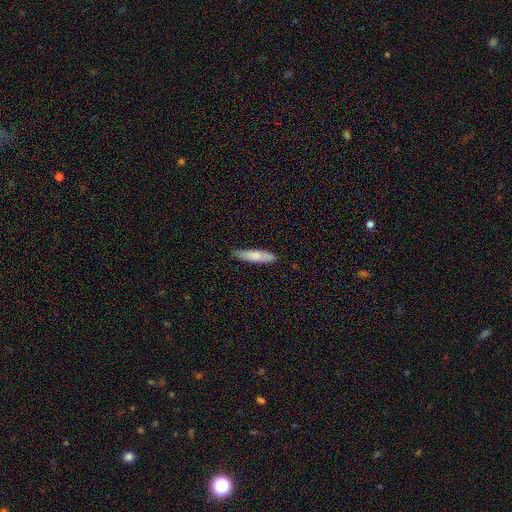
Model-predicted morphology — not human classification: A smooth galaxy with no disk features (78%) that is cigar-shaped (73%).

Vote fractions:
- Smooth or featured? smooth: 78% / featured or disk: 16% / star or artifact: 5%
- How rounded? cigar-shaped: 73% / in between: 25% / round: 1%
- Merging? none: 85% / minor disturbance: 12% / major disturbance: 2% / merger: 1%